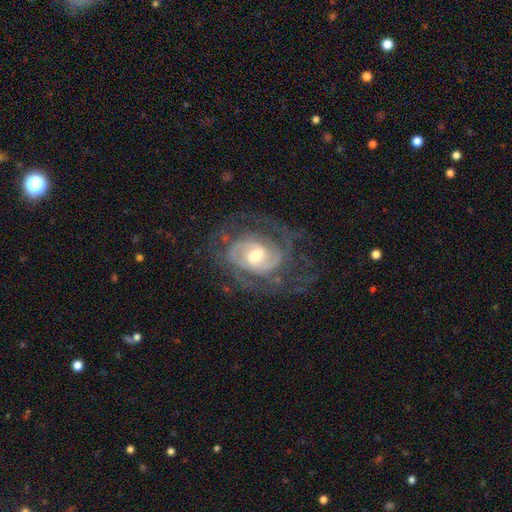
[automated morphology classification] This is clearly a featured or disk galaxy (89%). It is clearly not viewed edge-on (97%). Bar: possibly weak (51%). Spiral arm pattern: clearly yes (96%). Spiral arm count: possibly 2 (52%). Spiral winding: possibly tight (56%). Central bulge: likely moderate (61%). Merging: likely none (65%).